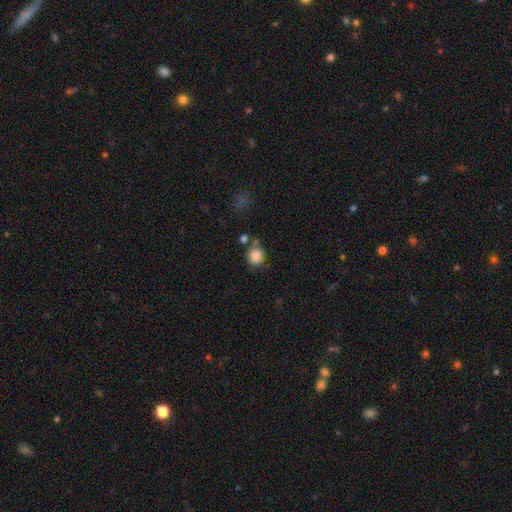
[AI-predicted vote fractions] A smooth galaxy with no disk features (84%) that is round (85%). Merging: none (64%).